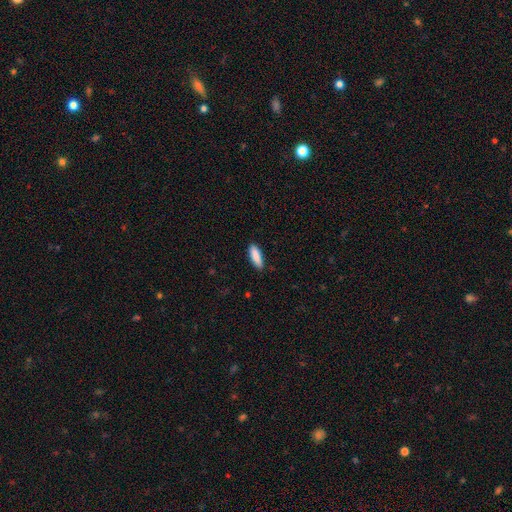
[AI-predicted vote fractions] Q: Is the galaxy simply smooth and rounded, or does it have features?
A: smooth — 88%.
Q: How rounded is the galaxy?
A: in between — 54%.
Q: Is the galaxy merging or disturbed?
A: none — 87%.